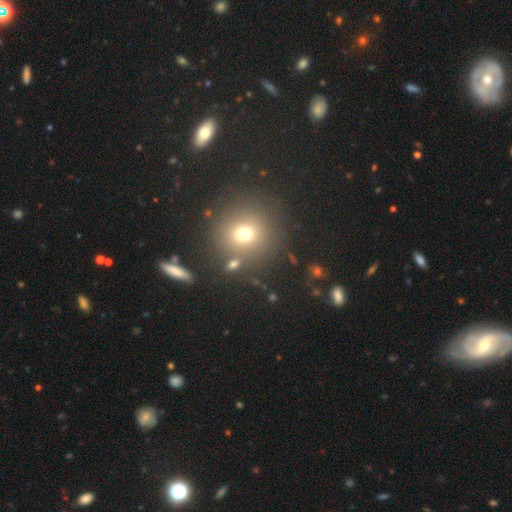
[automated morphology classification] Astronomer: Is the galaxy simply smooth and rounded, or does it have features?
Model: smooth — 57%.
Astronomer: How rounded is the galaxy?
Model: round — 92%.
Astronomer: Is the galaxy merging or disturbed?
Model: none — 84%.